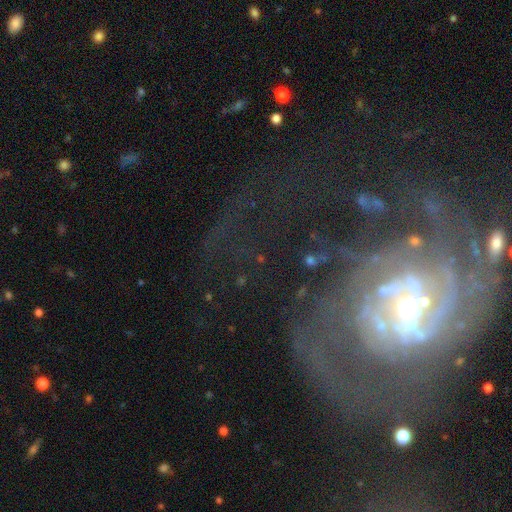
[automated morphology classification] Smooth or featured? featured or disk (81%)
Edge-on disk? no (97%)
Bar? no (57%)
Spiral arms? yes (88%)
Spiral winding? tight (44%)
Spiral arm count? 2 (33%)
Bulge size? small (63%)
Merging? none (39%)